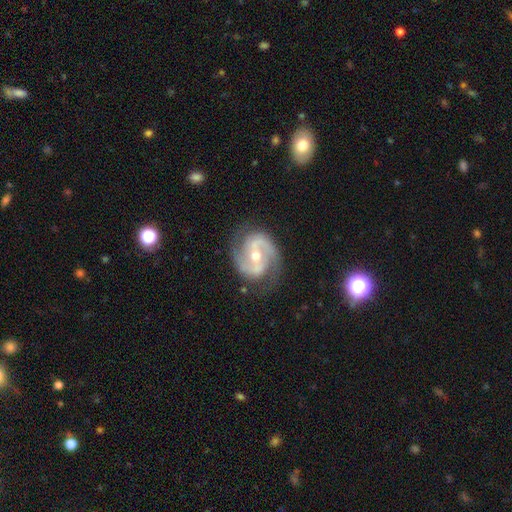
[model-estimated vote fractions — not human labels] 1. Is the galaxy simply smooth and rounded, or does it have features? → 91% featured or disk, 5% star or artifact, 4% smooth.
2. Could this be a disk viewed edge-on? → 98% no, 2% yes.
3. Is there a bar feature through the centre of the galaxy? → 39% weak, 36% no, 25% strong.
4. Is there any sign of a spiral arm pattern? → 98% yes, 2% no.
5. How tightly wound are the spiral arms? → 56% medium, 29% tight, 15% loose.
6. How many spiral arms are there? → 91% 2, 3% 3, 3% can't tell, 1% 1, 1% 4, 1% more than 4.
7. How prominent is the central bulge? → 59% moderate, 37% small, 2% large, 1% none, 1% dominant.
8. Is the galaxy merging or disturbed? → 79% none, 15% minor disturbance, 5% major disturbance, 2% merger.